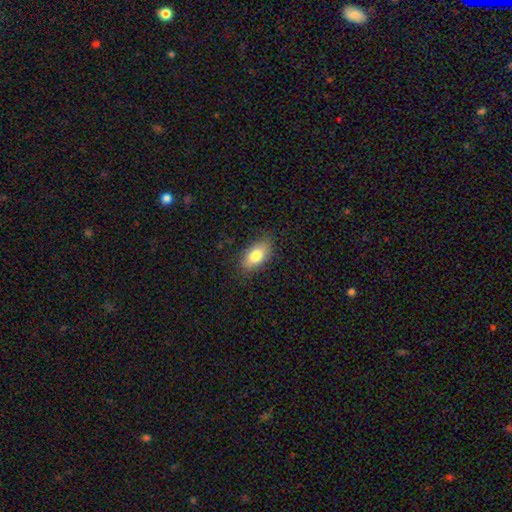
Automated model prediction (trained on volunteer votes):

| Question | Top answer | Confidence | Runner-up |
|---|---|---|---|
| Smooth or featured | smooth | 79% | featured or disk (14%) |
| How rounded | in between | 89% | cigar-shaped (6%) |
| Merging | none | 83% | minor disturbance (13%) |